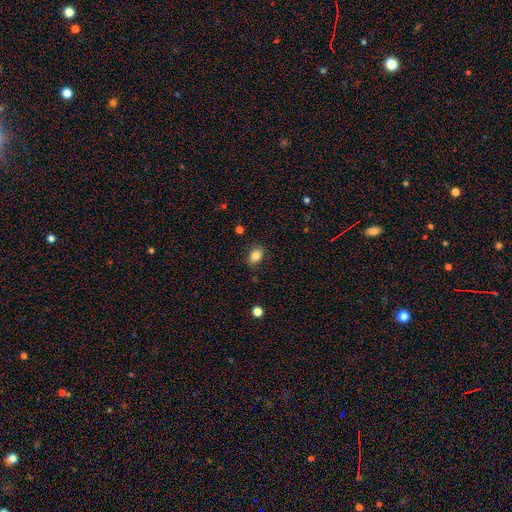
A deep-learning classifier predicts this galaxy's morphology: Overall: smooth (84%). How rounded: in between (69%; round 30%). Merging: none (84%).